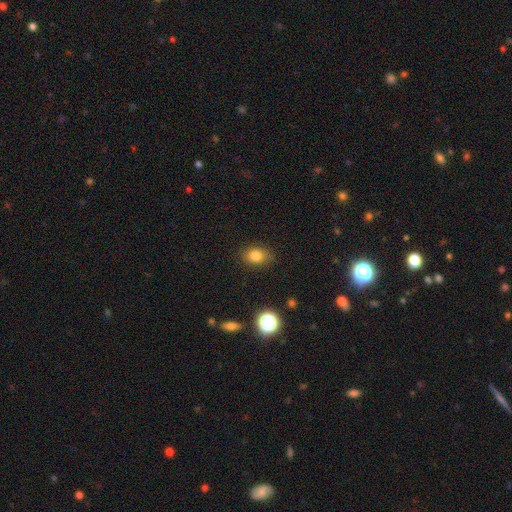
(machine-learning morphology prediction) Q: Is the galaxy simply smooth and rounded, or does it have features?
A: smooth — 80%.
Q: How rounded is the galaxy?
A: in between — 65%.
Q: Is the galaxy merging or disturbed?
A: none — 81%.